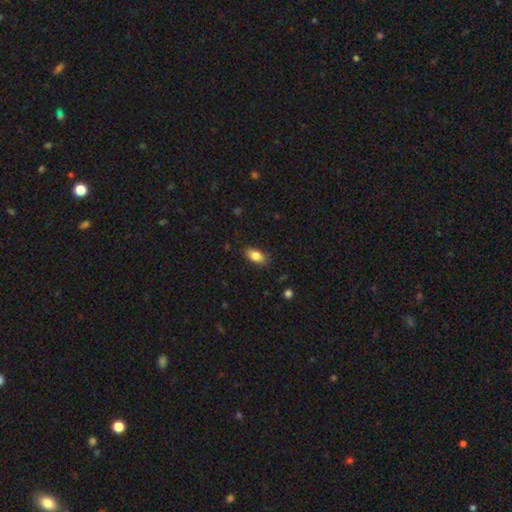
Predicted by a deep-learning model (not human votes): smooth_or_featured: smooth (p=0.81) [alt: featured or disk p=0.11]
how_rounded: in between (p=0.87) [alt: cigar-shaped p=0.08]
merging: none (p=0.84) [alt: minor disturbance p=0.13]